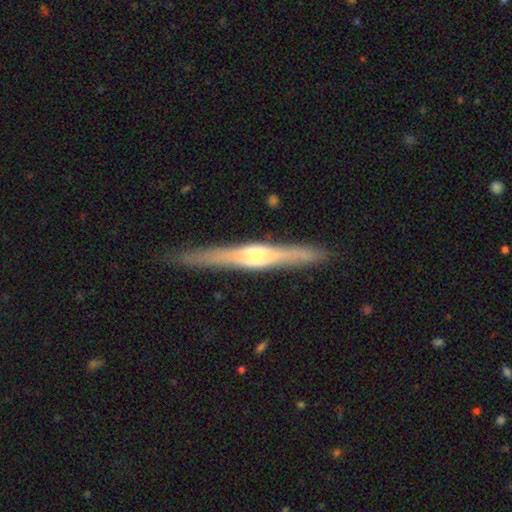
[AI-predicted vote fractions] Overall: featured or disk (71%). Edge-on disk: yes (95%). Edge-on bulge: rounded (80%). Merging: none (85%).